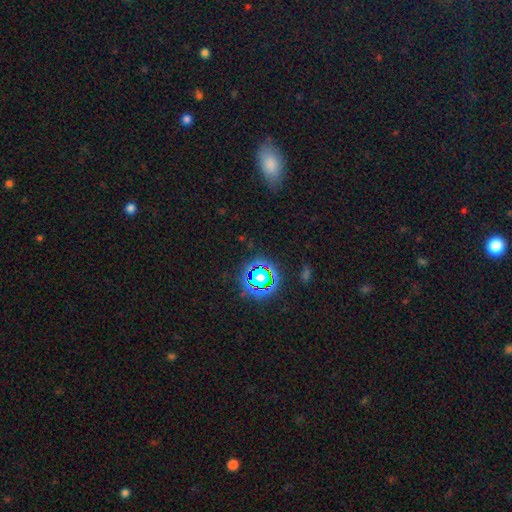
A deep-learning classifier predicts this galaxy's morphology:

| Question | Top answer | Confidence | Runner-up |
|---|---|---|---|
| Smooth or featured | star or artifact | 70% | smooth (21%) |